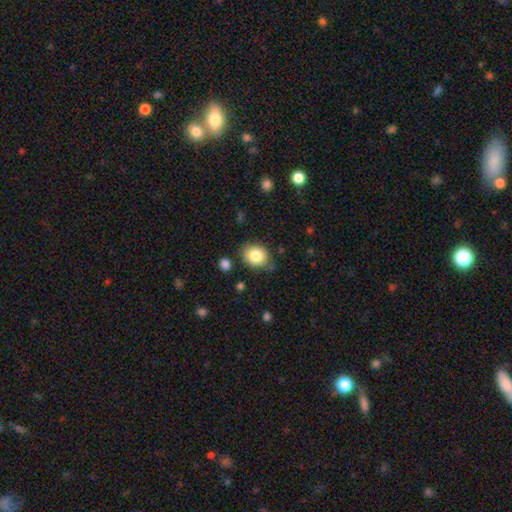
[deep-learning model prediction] smooth 82%, featured or disk 9%, star or artifact 9%. Down the decision tree: how rounded — round (57%); merging — none (77%).